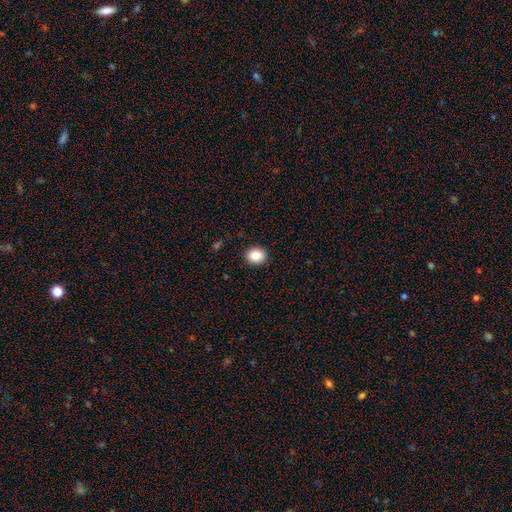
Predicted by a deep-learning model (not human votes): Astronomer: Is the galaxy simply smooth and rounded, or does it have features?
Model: smooth — 88%.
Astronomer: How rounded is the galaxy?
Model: round — 63%.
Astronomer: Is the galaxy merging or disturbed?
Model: none — 90%.